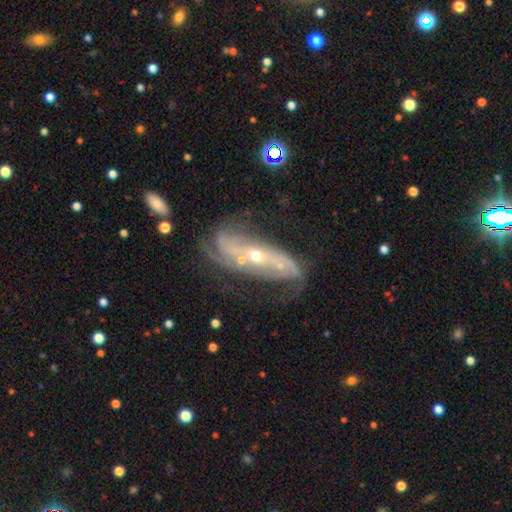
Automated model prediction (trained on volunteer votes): Q: Smooth or featured?
A: featured or disk (82%); runner-up: smooth (10%)
Q: Edge-on disk?
A: no (84%); runner-up: yes (16%)
Q: Bar?
A: no (55%); runner-up: weak (23%)
Q: Spiral arms?
A: yes (88%); runner-up: no (12%)
Q: Spiral winding?
A: tight (36%); runner-up: medium (35%)
Q: Spiral arm count?
A: 2 (46%); runner-up: can't tell (29%)
Q: Bulge size?
A: small (63%); runner-up: moderate (33%)
Q: Merging?
A: none (48%); runner-up: minor disturbance (20%)